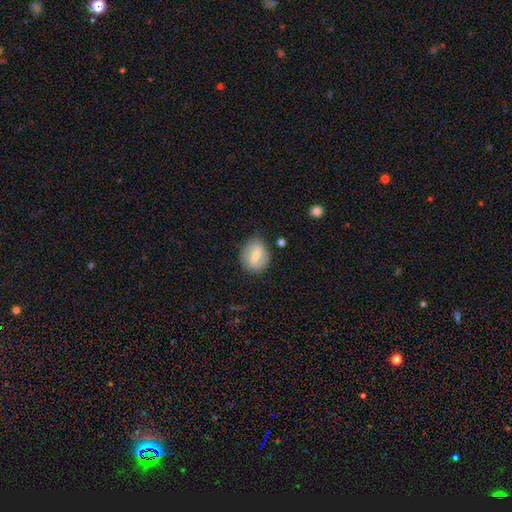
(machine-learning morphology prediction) This is possibly a featured or disk galaxy (47%). Merging: likely none (76%).